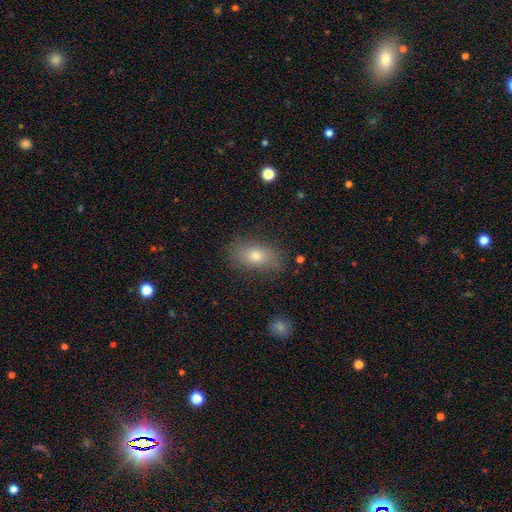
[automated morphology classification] Smooth or featured? smooth (72%)
How rounded? in between (86%)
Merging? none (80%)